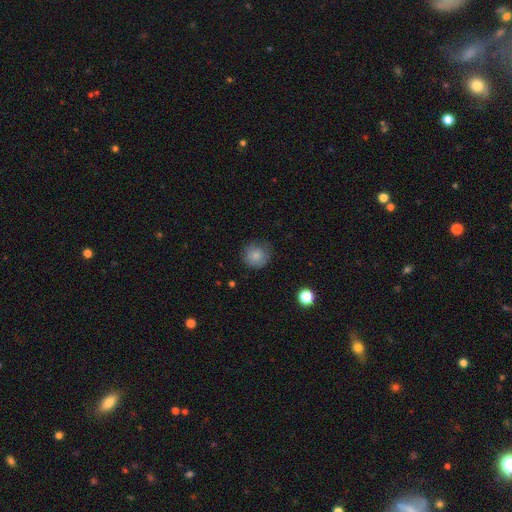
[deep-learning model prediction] This appears to be a smooth galaxy with no disk features (82%) that is round (92%). Merging: none (80%).